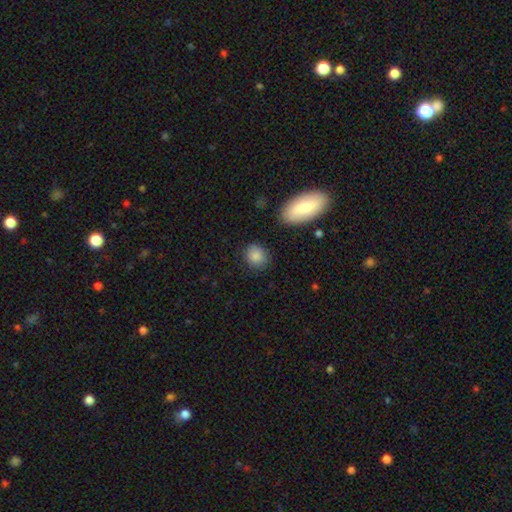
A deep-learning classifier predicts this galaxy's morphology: type=smooth (86%); roundness=round (67%); merging=none (82%).